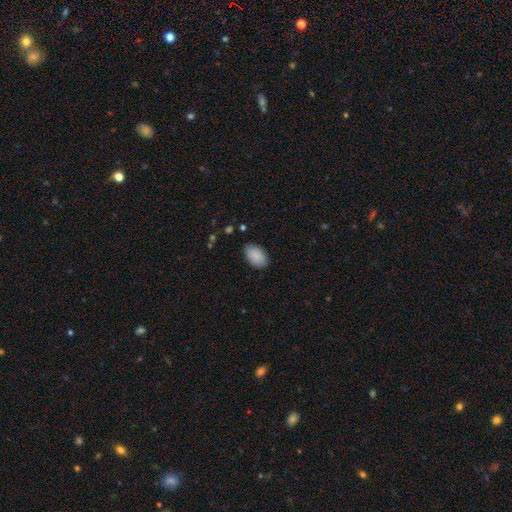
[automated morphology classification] A smooth galaxy with no disk features (90%) that is in between round and cigar-shaped (92%). Merging: none (84%).